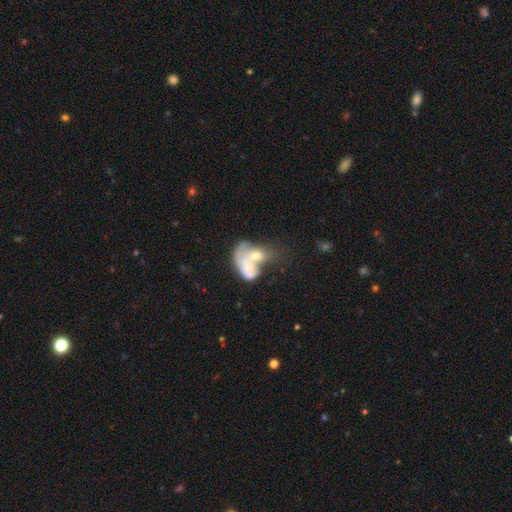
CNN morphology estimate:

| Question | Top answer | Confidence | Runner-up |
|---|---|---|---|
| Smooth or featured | featured or disk | 48% | smooth (44%) |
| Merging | merger | 74% | major disturbance (12%) |